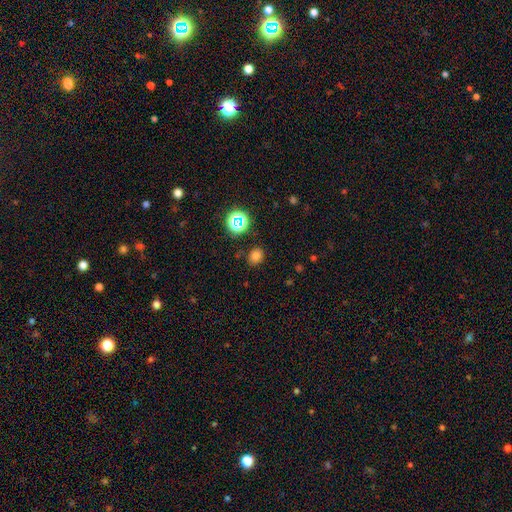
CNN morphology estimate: type=smooth (74%); roundness=round (57%); merging=none (83%).